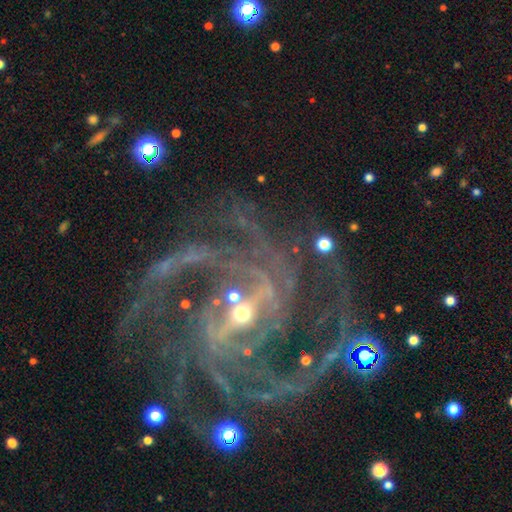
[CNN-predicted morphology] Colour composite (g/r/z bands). It shows a featured or disk galaxy (92%) with a strong bar (52%), 2 (31%) medium (53%) spiral arms (98%) and a small central bulge (69%). Merging: none (66%).